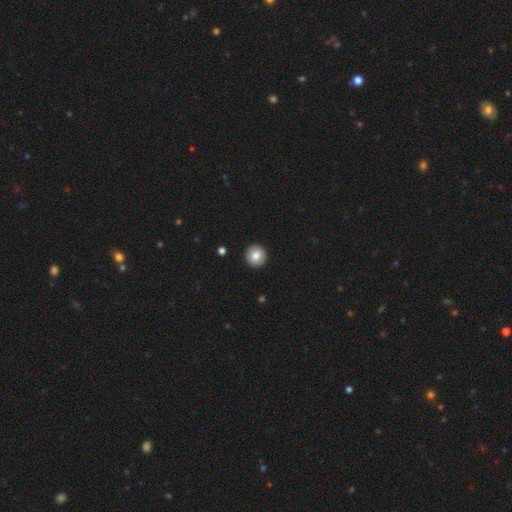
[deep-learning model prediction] This is clearly a smooth galaxy (83%). How rounded: clearly round (95%). Merging: clearly none (93%).